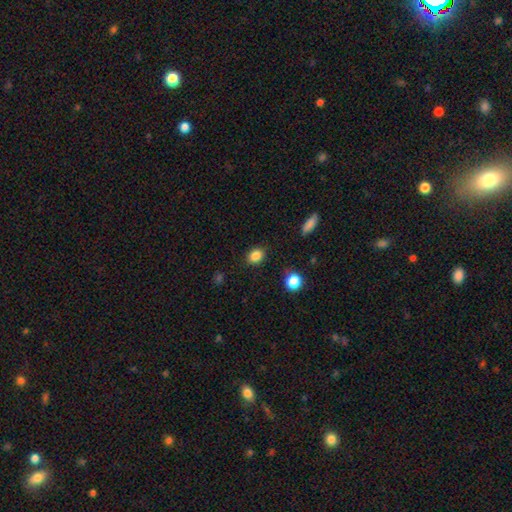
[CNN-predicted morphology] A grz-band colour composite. It shows a smooth galaxy with no disk features (85%) that is in between round and cigar-shaped (53%). Merging: none (88%).